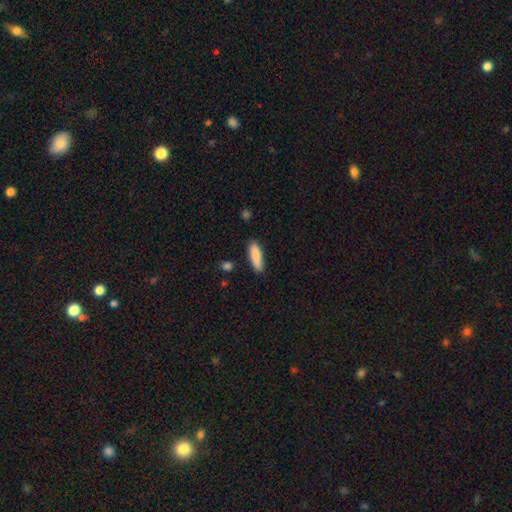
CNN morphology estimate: This is clearly a smooth galaxy (87%). How rounded: possibly cigar-shaped (57%). Merging: clearly none (86%).